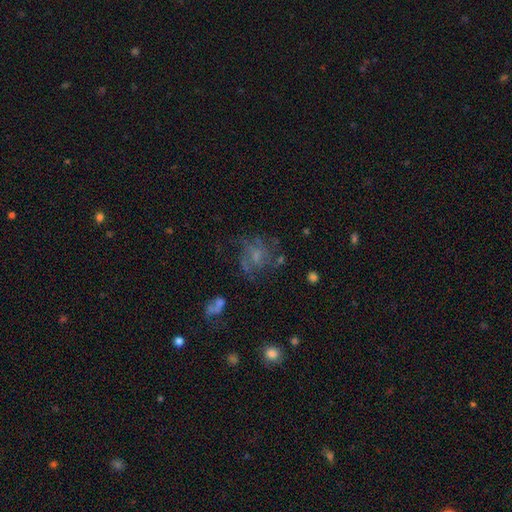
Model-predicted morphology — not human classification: This appears to be a featured or disk galaxy (55%) with no bar (65%), spiral arms (68%) and a small central bulge (37%). Merging: none (54%).